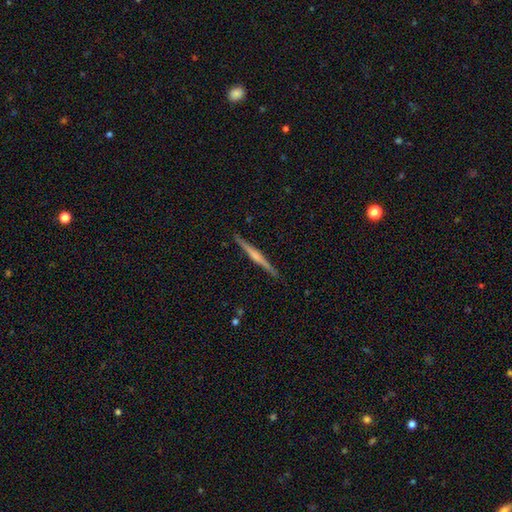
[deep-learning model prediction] Smooth or featured? Predicted: featured or disk (p=0.69). Edge-on disk? Predicted: yes (p=0.98). Edge-on bulge? Predicted: rounded (p=0.56). Merging? Predicted: none (p=0.91).